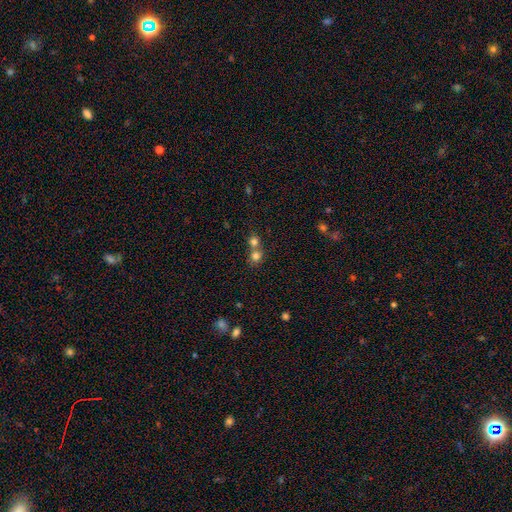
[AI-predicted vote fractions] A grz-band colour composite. It shows a smooth galaxy with no disk features (77%) that is round (83%). Merging: merger (54%).